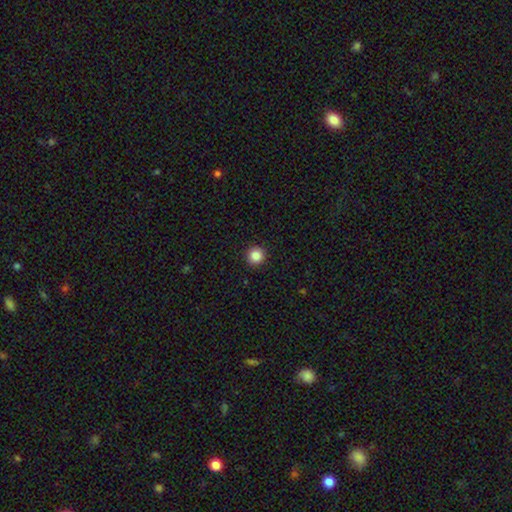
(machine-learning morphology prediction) This appears to be a smooth galaxy with no disk features (86%) that is round (95%). Merging: none (93%).